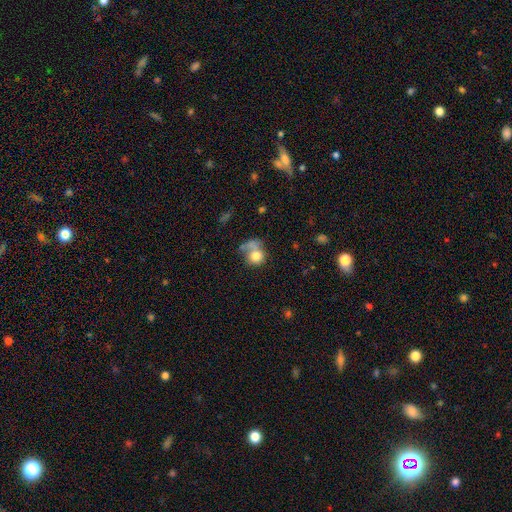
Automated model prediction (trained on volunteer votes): This is likely a smooth galaxy (75%). How rounded: likely round (72%). Merging: marginally none (35%).